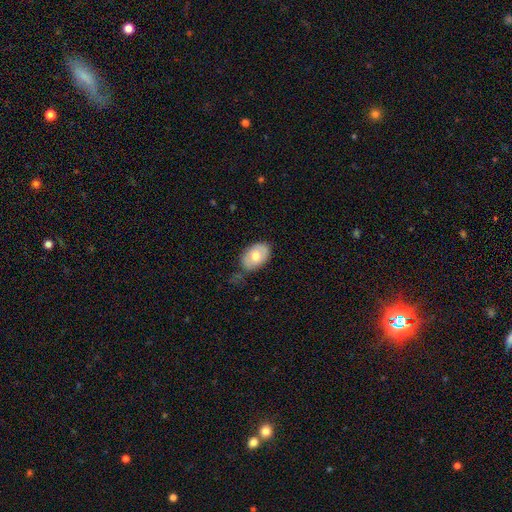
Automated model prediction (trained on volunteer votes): A smooth galaxy with no disk features (70%) that is in between round and cigar-shaped (89%).

Vote fractions:
- Smooth or featured? smooth: 70% / featured or disk: 24% / star or artifact: 6%
- How rounded? in between: 89% / round: 10% / cigar-shaped: 1%
- Merging? none: 66% / minor disturbance: 24% / major disturbance: 6% / merger: 4%